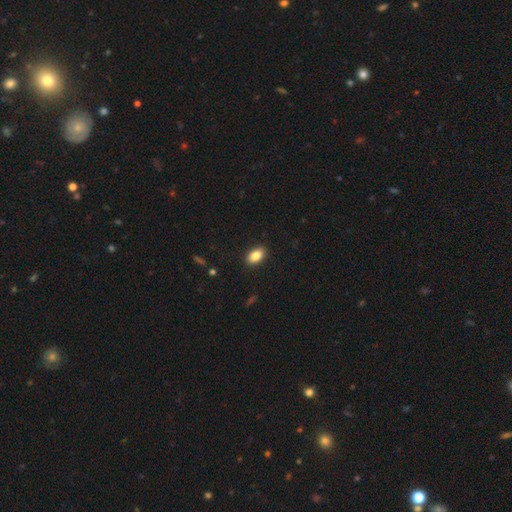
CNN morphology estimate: Smooth or featured: smooth — 85% (star or artifact — 8%)
How rounded: in between — 90% (round — 8%)
Merging: none — 90% (minor disturbance — 7%)